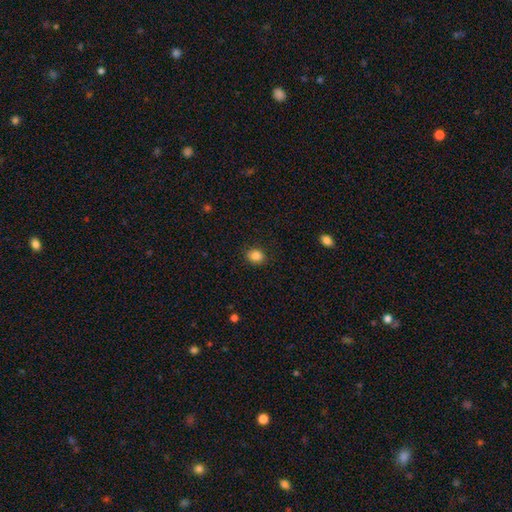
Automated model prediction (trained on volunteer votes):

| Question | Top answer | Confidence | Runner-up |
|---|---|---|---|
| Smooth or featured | smooth | 86% | star or artifact (10%) |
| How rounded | round | 64% | in between (35%) |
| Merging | none | 88% | minor disturbance (9%) |